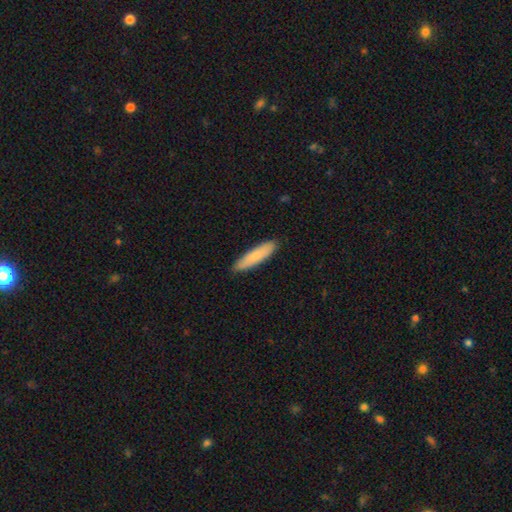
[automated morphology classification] smooth_or_featured: smooth (p=0.83) [alt: featured or disk p=0.12]
how_rounded: cigar-shaped (p=0.80) [alt: in between p=0.19]
merging: none (p=0.89) [alt: minor disturbance p=0.09]